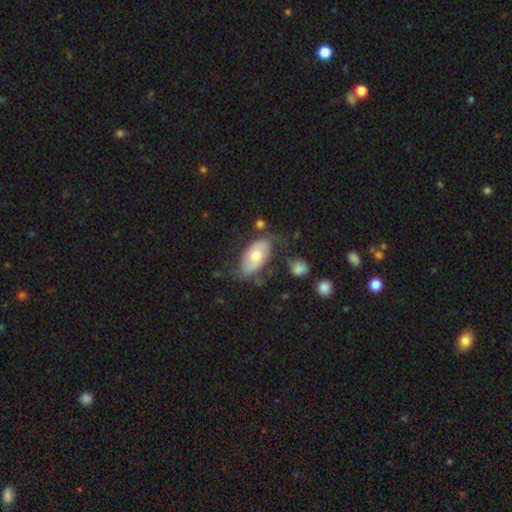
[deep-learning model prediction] A smooth galaxy with no disk features (55%) that is in between round and cigar-shaped (93%). Merging: none (57%).